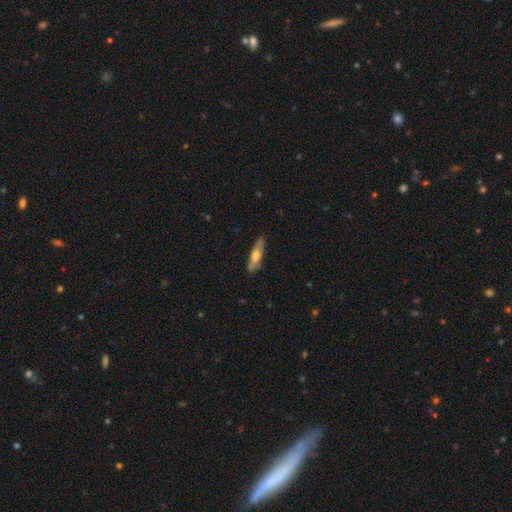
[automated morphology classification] Overall: smooth (56%; featured or disk 38%). How rounded: cigar-shaped (71%). Merging: none (80%).